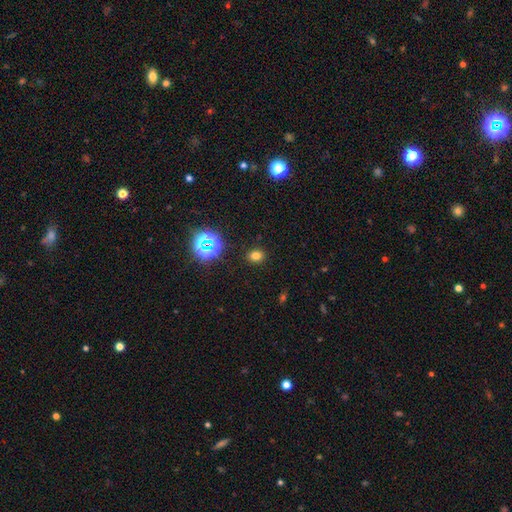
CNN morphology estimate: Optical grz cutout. It shows a smooth galaxy with no disk features (71%) that is round (50%). Merging: none (88%).